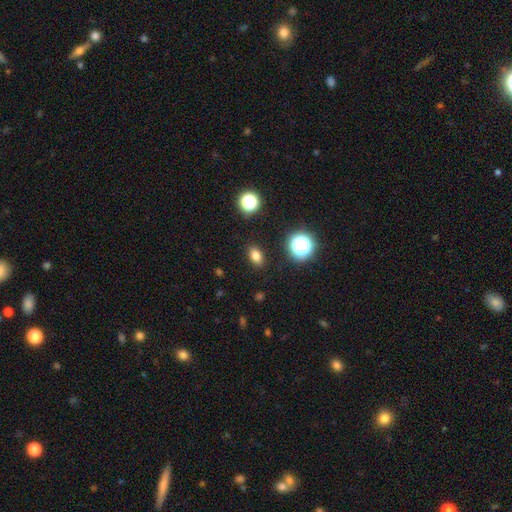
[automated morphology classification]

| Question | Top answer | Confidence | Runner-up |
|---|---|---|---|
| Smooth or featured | smooth | 79% | star or artifact (15%) |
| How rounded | in between | 78% | round (19%) |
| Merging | none | 89% | minor disturbance (8%) |